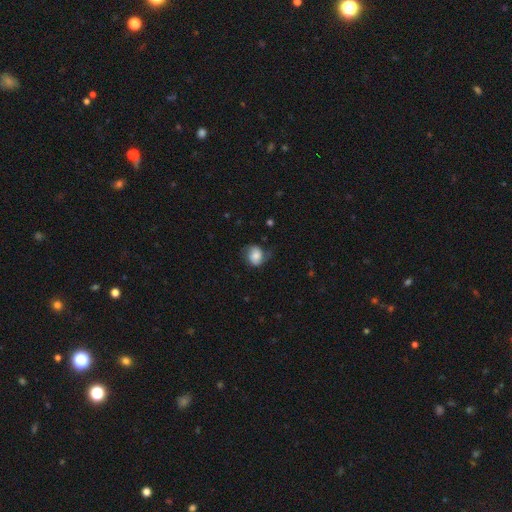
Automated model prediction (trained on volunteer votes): Morphology: type=smooth (60%); roundness=round (57%); merging=none (60%).